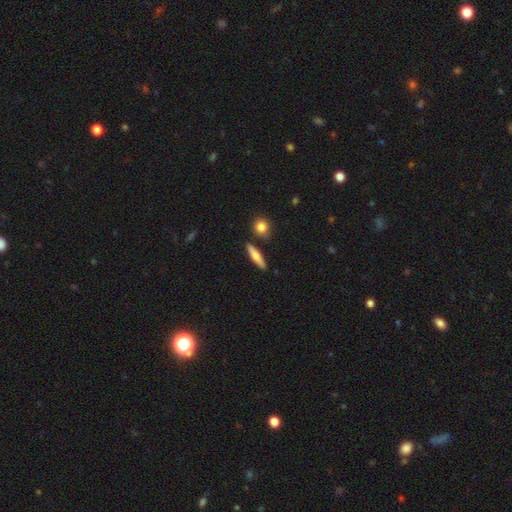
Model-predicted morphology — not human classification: Smooth or featured? smooth (68%)
How rounded? cigar-shaped (77%)
Merging? none (84%)